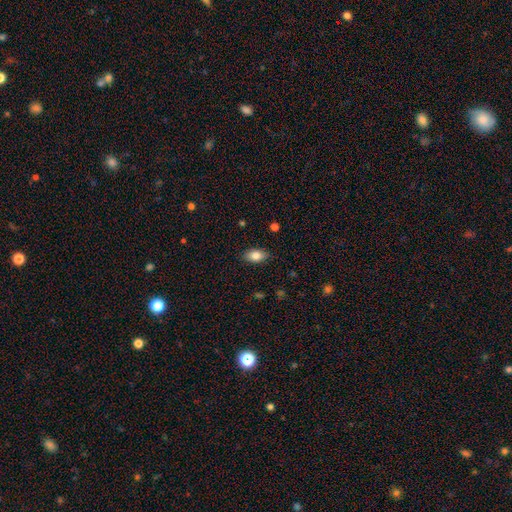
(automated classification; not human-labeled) Smooth or featured: smooth — 84% (featured or disk — 8%)
How rounded: in between — 88% (round — 9%)
Merging: none — 84% (minor disturbance — 13%)